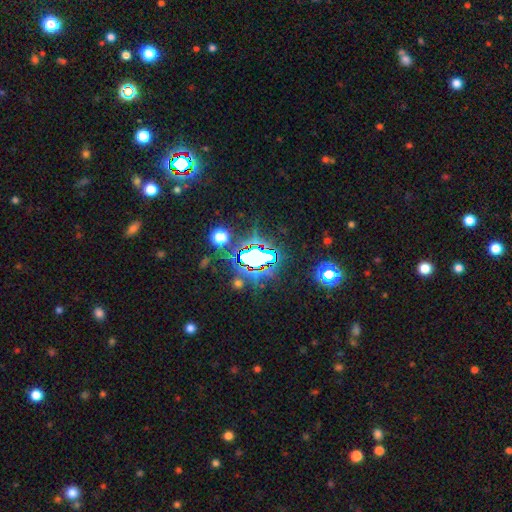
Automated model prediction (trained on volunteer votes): Q: Smooth or featured?
A: star or artifact (70%); runner-up: smooth (18%)